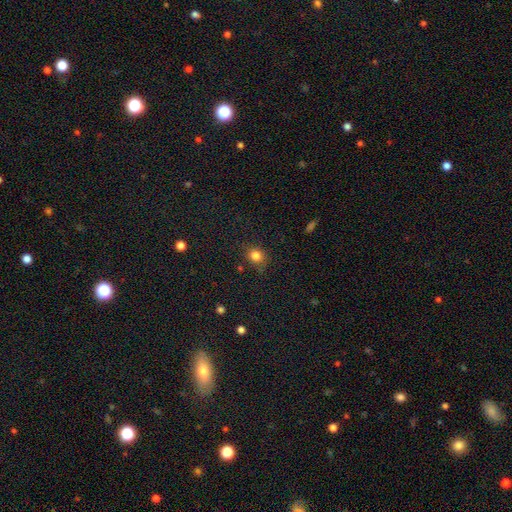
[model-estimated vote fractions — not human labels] This appears to be a smooth galaxy with no disk features (83%) that is round (78%). Merging: none (81%).